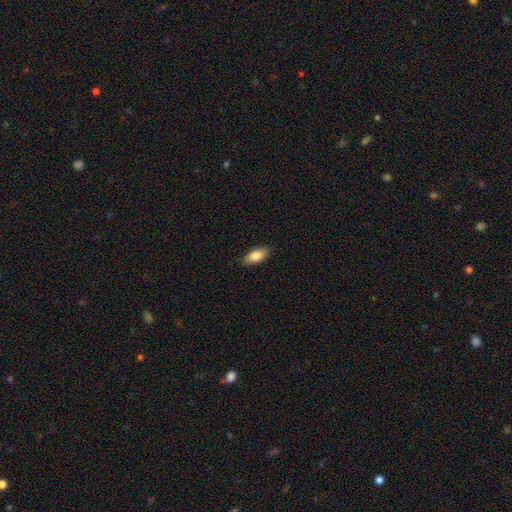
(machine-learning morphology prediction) Overall: smooth (83%). How rounded: in between (88%). Merging: none (87%).